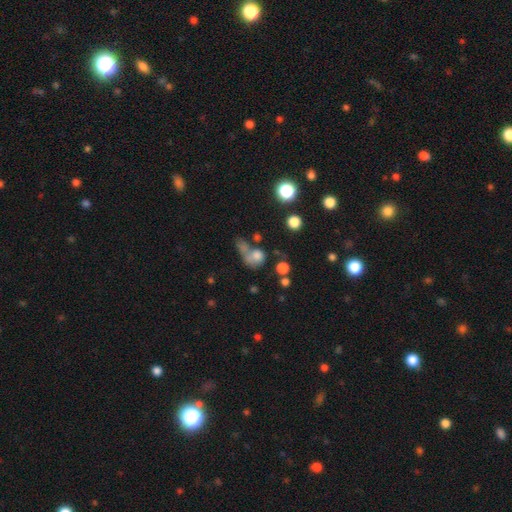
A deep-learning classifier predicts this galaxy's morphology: smooth 70%, star or artifact 16%, featured or disk 15%. Down the decision tree: how rounded — round (66%); merging — merger (41%).